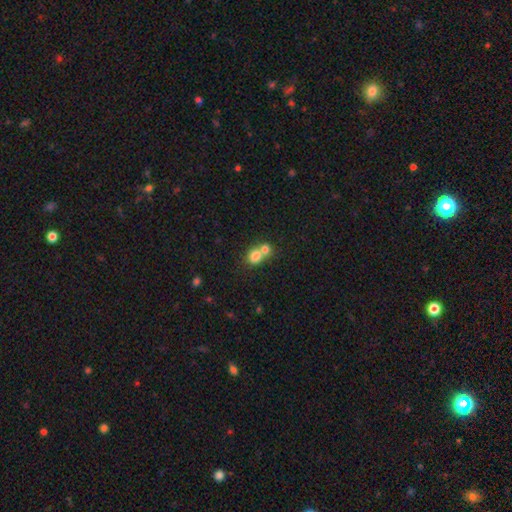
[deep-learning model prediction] Smooth or featured? smooth (77%)
How rounded? round (66%)
Merging? merger (62%)